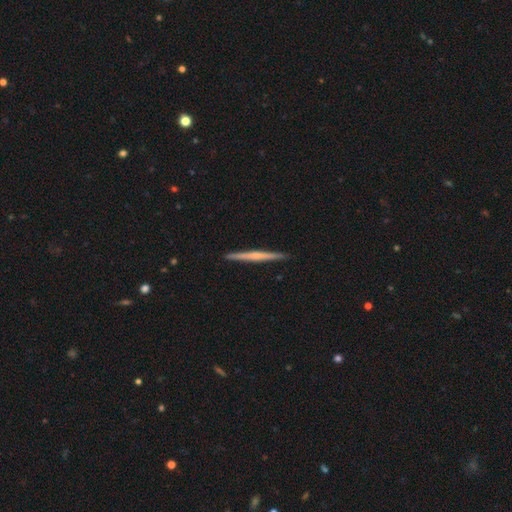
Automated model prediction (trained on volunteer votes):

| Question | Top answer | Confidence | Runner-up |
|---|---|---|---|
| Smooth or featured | featured or disk | 63% | smooth (32%) |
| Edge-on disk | yes | 98% | no (2%) |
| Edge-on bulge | none | 48% | rounded (43%) |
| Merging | none | 93% | minor disturbance (5%) |